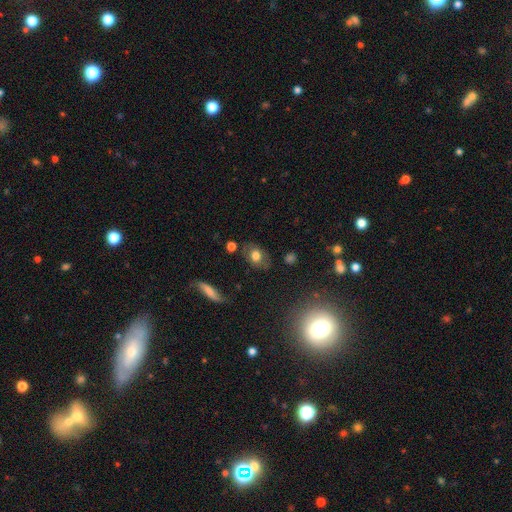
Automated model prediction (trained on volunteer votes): Smooth or featured: smooth — 68% (featured or disk — 22%)
How rounded: in between — 75% (round — 23%)
Merging: none — 74% (minor disturbance — 17%)